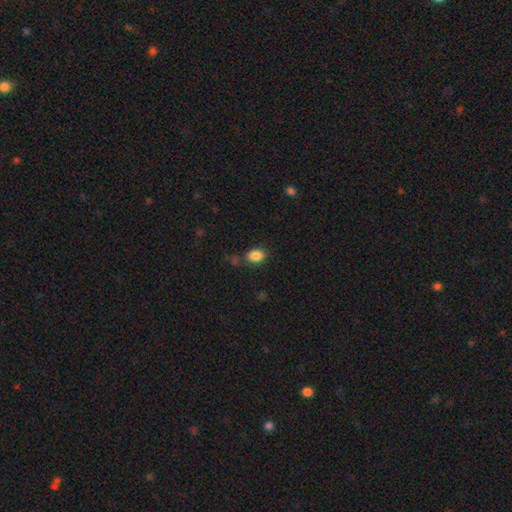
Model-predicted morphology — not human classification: This is clearly a smooth galaxy (86%). How rounded: likely in between (71%). Merging: likely none (75%).